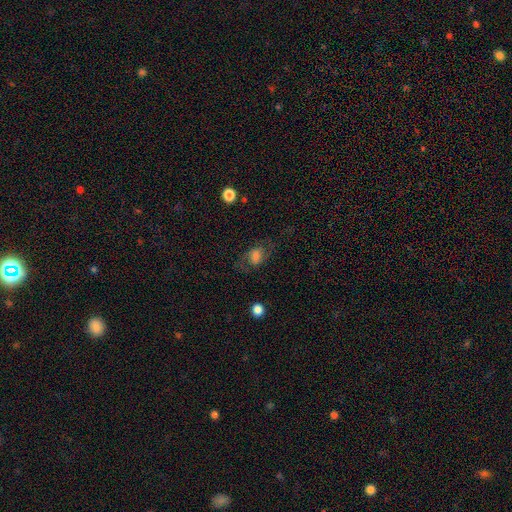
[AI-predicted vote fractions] Overall: smooth (52%; featured or disk 37%). How rounded: in between (73%). Merging: none (62%).